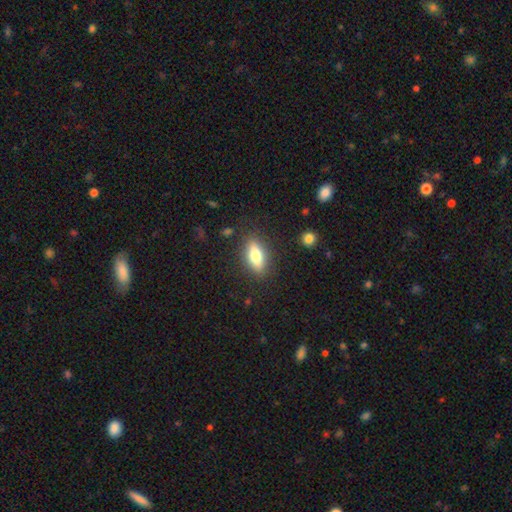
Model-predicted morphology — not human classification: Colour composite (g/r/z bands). It shows a smooth galaxy with no disk features (65%) that is in between round and cigar-shaped (70%). Merging: none (85%).